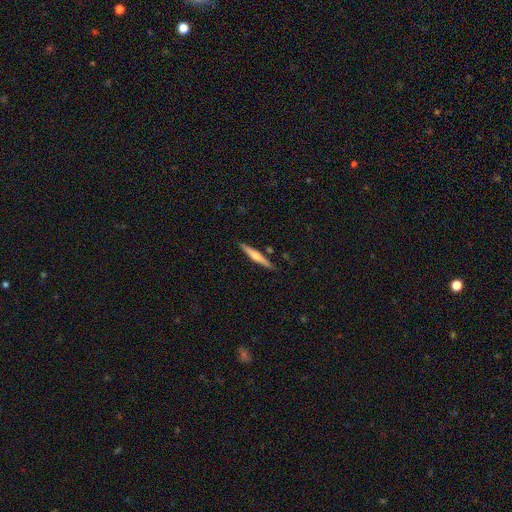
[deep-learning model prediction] A featured or disk galaxy (56%) viewed edge-on (97%) with a rounded central bulge (81%).

Vote fractions:
- Smooth or featured? featured or disk: 56% / smooth: 38% / star or artifact: 6%
- Edge-on disk? yes: 97% / no: 3%
- Edge-on bulge? rounded: 81% / none: 12% / boxy: 8%
- Merging? none: 87% / minor disturbance: 8% / merger: 3% / major disturbance: 2%